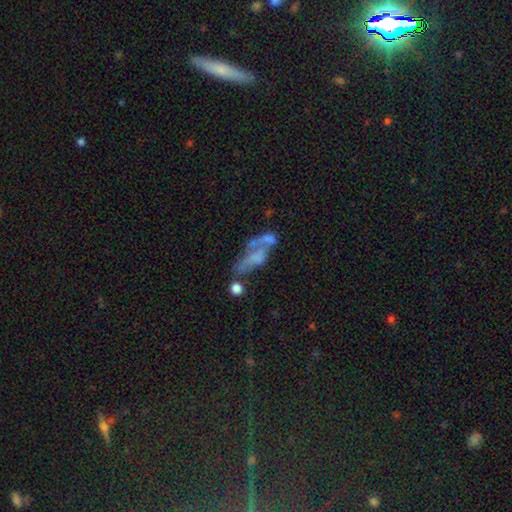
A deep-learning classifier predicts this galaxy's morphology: A featured or disk galaxy (49%). Merging: merger (32%).